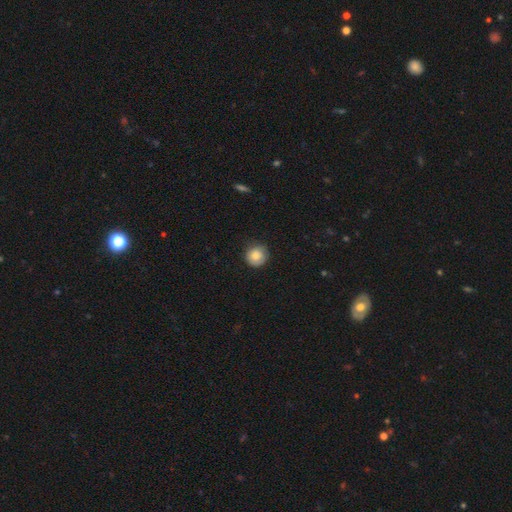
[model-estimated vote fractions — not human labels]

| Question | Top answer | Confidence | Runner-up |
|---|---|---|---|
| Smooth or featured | smooth | 82% | featured or disk (10%) |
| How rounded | round | 91% | in between (8%) |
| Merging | none | 78% | minor disturbance (17%) |